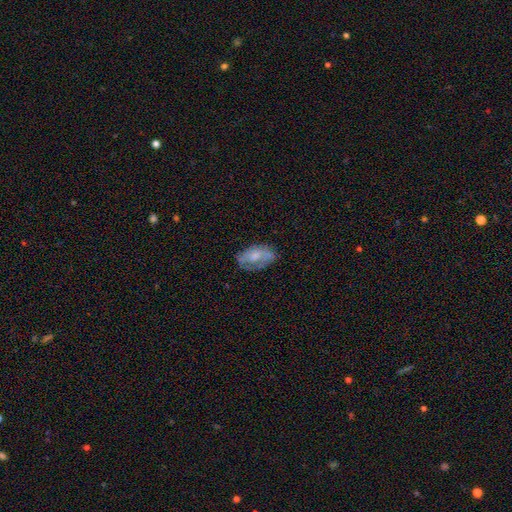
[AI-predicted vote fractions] Smooth or featured: smooth — 46% (tied with featured or disk — 46%)
Merging: none — 56% (minor disturbance — 27%)